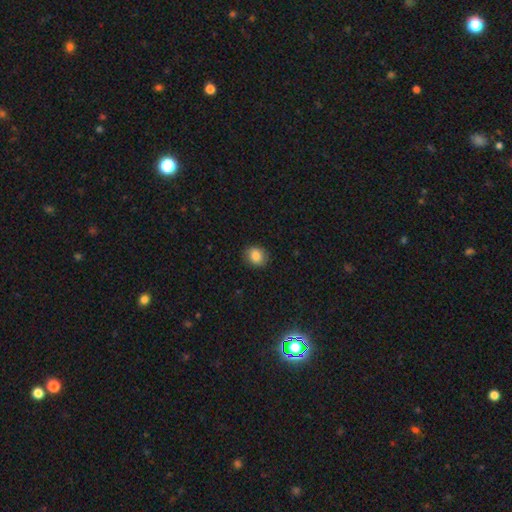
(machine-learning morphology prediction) smooth-or-featured: smooth: 85% | star or artifact: 9% | featured or disk: 6%
  how-rounded: round: 69% | in between: 30% | cigar-shaped: 1%
  merging: none: 87% | minor disturbance: 10% | major disturbance: 3% | merger: 1%